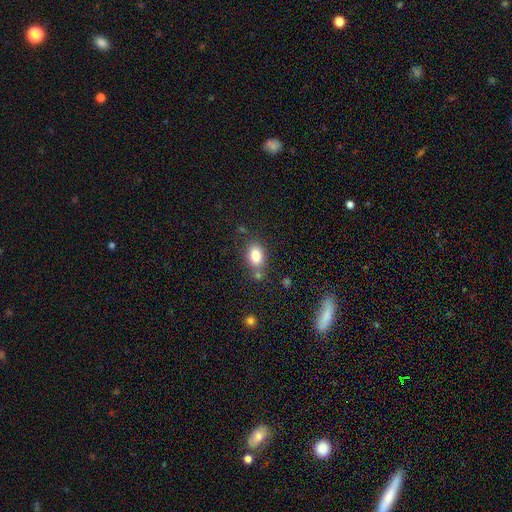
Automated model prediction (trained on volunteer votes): smooth 83%, star or artifact 9%, featured or disk 8%. Down the decision tree: how rounded — in between (78%); merging — none (71%).